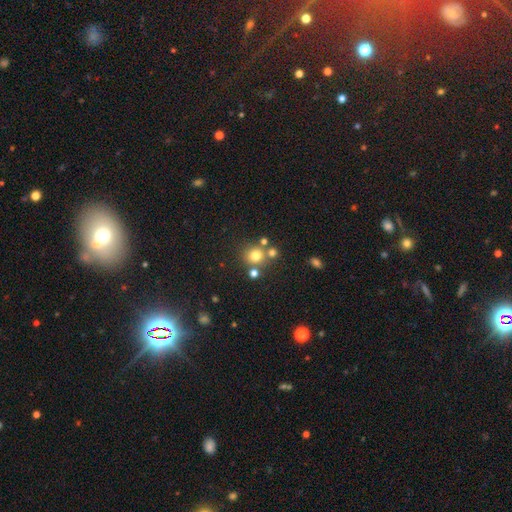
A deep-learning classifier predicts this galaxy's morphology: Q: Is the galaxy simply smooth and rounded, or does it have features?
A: smooth — 75%.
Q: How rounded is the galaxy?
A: round — 88%.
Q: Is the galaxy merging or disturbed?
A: none — 69%.